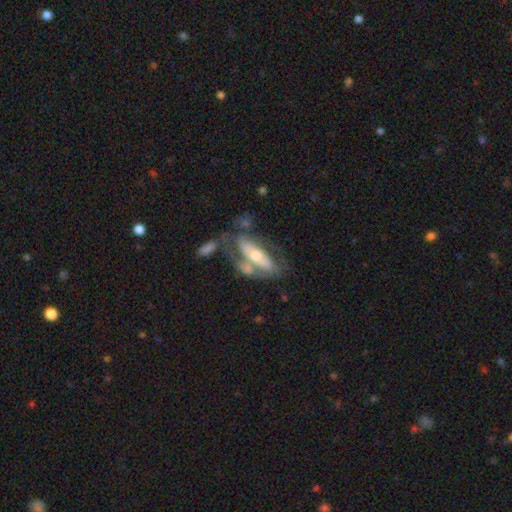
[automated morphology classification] This is likely a featured or disk galaxy (64%). It is likely not viewed edge-on (78%). Merging: marginally none (38%).